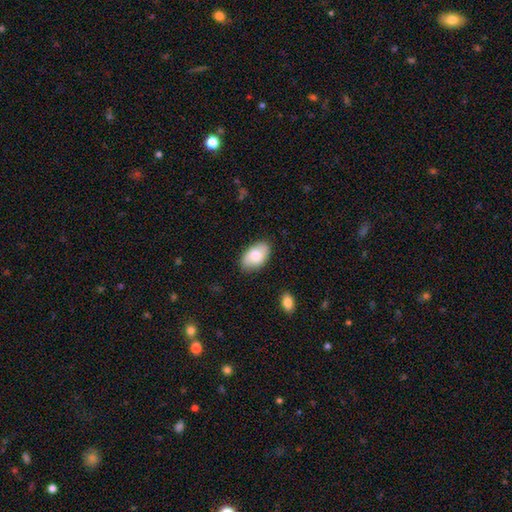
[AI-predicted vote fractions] smooth_or_featured: smooth (p=0.70) [alt: featured or disk p=0.23]
how_rounded: in between (p=0.92) [alt: round p=0.06]
merging: none (p=0.83) [alt: minor disturbance p=0.13]